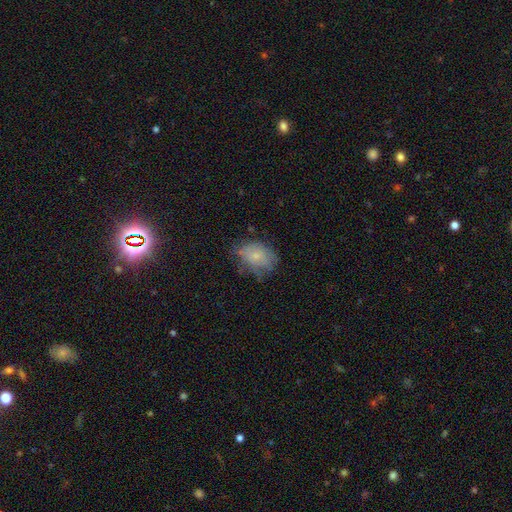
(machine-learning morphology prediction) Smooth or featured: smooth — 67% (featured or disk — 23%)
How rounded: in between — 71% (round — 28%)
Merging: none — 52% (minor disturbance — 32%)